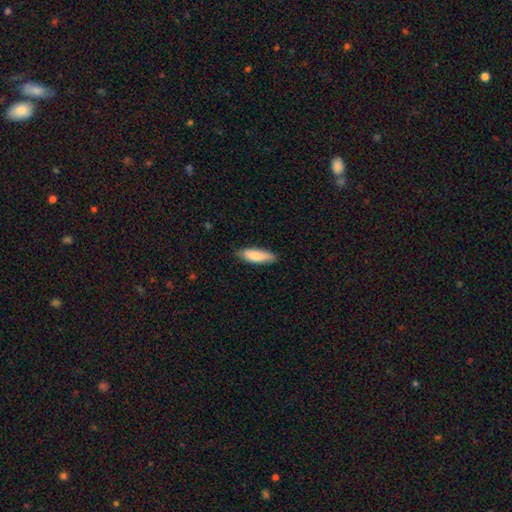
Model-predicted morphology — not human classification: This appears to be a smooth galaxy with no disk features (82%) that is in between round and cigar-shaped (58%). Merging: none (80%).